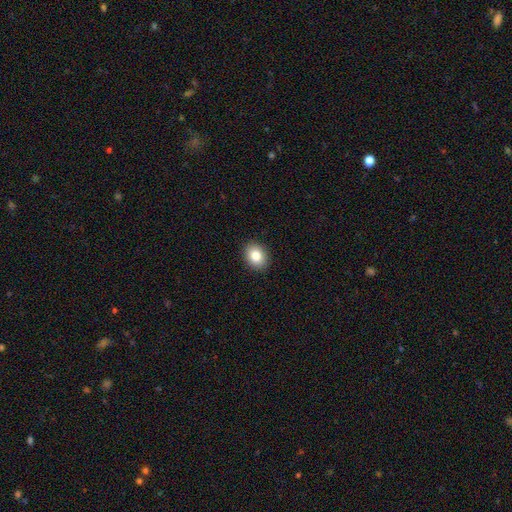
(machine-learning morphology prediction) Q: Smooth or featured?
A: smooth (84%); runner-up: star or artifact (9%)
Q: How rounded?
A: in between (58%); runner-up: round (41%)
Q: Merging?
A: none (91%); runner-up: minor disturbance (7%)